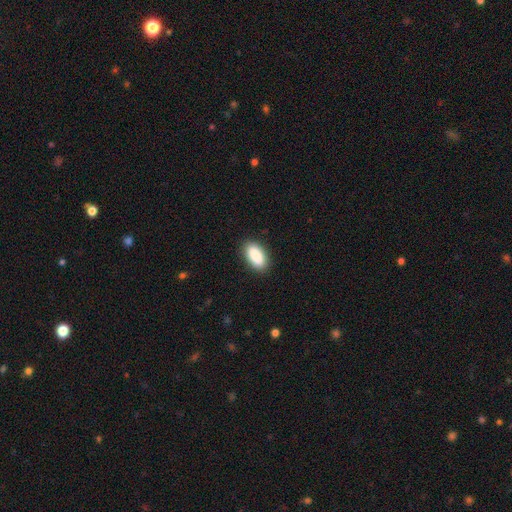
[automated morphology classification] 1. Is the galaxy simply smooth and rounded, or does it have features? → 89% smooth, 6% star or artifact, 5% featured or disk.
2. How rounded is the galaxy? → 93% in between, 4% cigar-shaped, 3% round.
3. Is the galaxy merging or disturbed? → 88% none, 9% minor disturbance, 2% major disturbance, 1% merger.